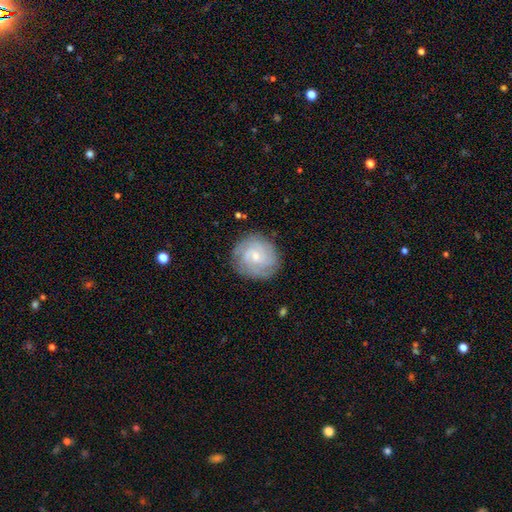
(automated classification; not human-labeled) smooth-or-featured: featured or disk: 70% | smooth: 23% | star or artifact: 7%
  disk-edge-on: no: 98% | yes: 2%
    bar: no: 59% | weak: 36% | strong: 5%
    has-spiral-arms: yes: 92% | no: 8%
      spiral-winding: tight: 66% | medium: 27% | loose: 7%
      spiral-arm-count: can't tell: 38% | 3: 21% | 2: 17% | 4: 13% | more than 4: 5% | 1: 5%
    bulge-size: small: 62% | moderate: 32% | none: 3% | large: 2% | dominant: 1%
  merging: none: 82% | minor disturbance: 13% | major disturbance: 4% | merger: 1%